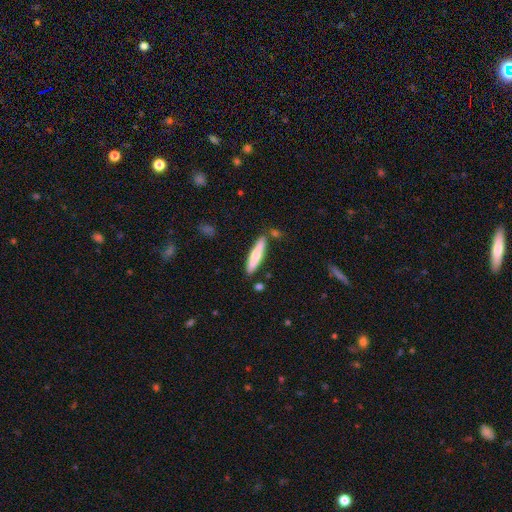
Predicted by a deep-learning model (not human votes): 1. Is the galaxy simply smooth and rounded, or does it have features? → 63% smooth, 31% featured or disk, 5% star or artifact.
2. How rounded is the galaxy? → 83% cigar-shaped, 15% in between, 1% round.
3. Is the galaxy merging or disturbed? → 82% none, 11% minor disturbance, 5% merger, 2% major disturbance.